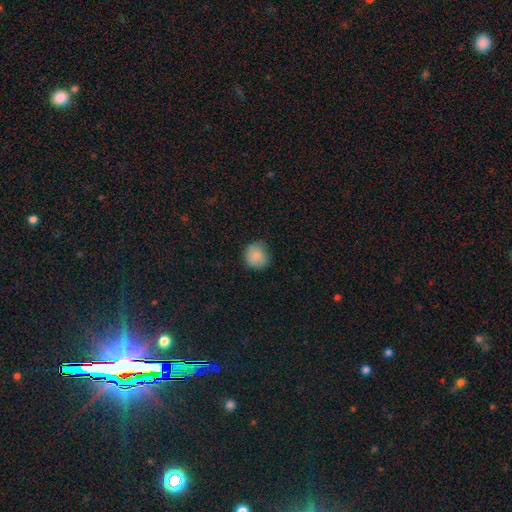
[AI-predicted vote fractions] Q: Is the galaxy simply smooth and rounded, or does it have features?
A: smooth — 86%.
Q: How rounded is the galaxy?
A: round — 88%.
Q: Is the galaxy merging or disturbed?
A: none — 78%.